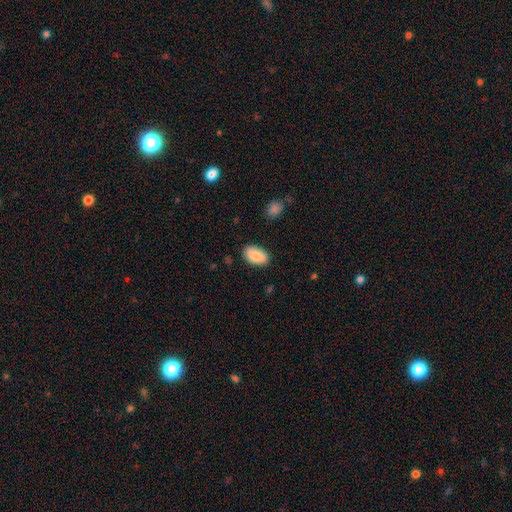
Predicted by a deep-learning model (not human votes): A smooth galaxy with no disk features (86%) that is in between round and cigar-shaped (94%).

Vote fractions:
- Smooth or featured? smooth: 86% / featured or disk: 8% / star or artifact: 6%
- How rounded? in between: 94% / round: 4% / cigar-shaped: 2%
- Merging? none: 85% / minor disturbance: 11% / major disturbance: 2% / merger: 1%